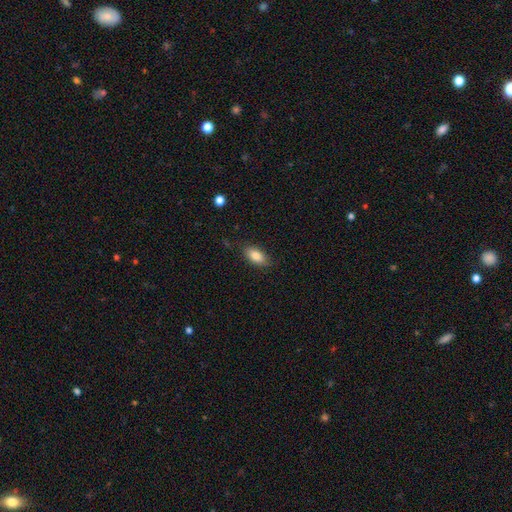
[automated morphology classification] The model was most divided on "merging": none: 83%, minor disturbance: 13%, major disturbance: 3%, merger: 1%. More confident: how rounded — in between (90%); smooth or featured — smooth (85%).